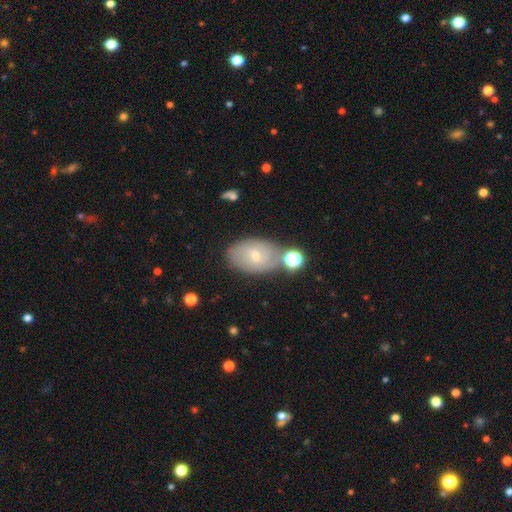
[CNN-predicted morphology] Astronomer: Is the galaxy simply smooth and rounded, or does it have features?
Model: smooth — 46% (runner-up: featured or disk, 44%).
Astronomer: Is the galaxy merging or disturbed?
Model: none — 64%.